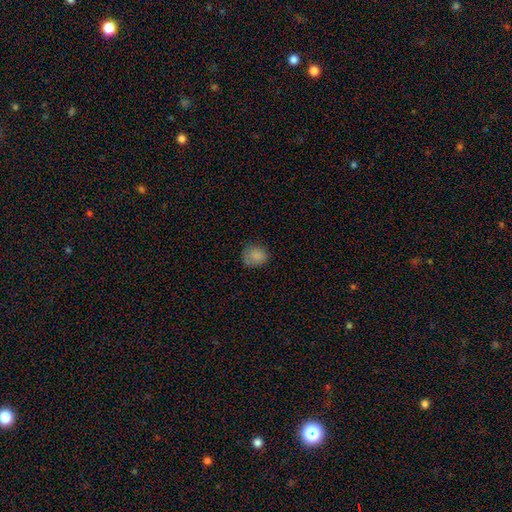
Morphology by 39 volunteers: A smooth galaxy with no disk features (82%) that is round (59%). Merging: none (78%).